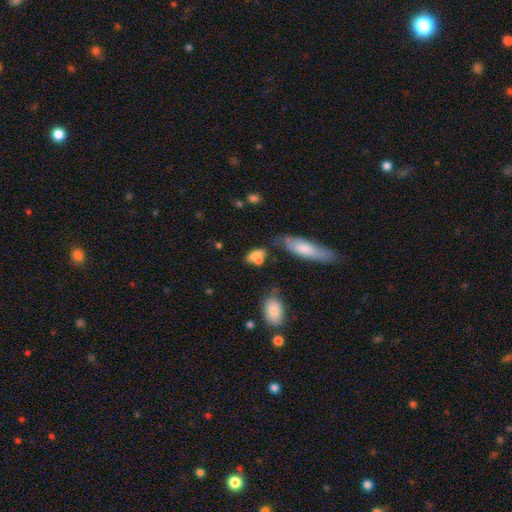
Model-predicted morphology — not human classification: smooth-or-featured: smooth: 72% | featured or disk: 18% | star or artifact: 10%
  how-rounded: in between: 78% | round: 13% | cigar-shaped: 9%
  merging: none: 40% | merger: 30% | minor disturbance: 20% | major disturbance: 10%